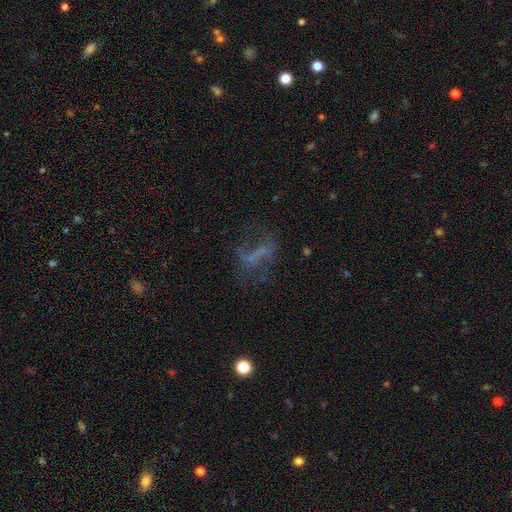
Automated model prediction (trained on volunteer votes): A featured or disk galaxy (42%). Merging: none (53%).